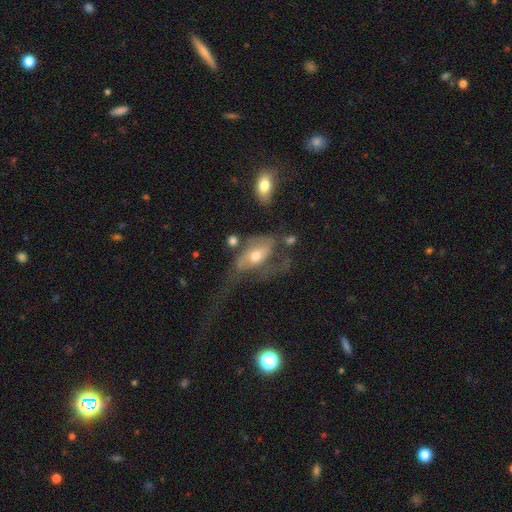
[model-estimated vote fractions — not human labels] featured or disk 50%, smooth 42%, star or artifact 9%. Down the decision tree: merging — major disturbance (55%).